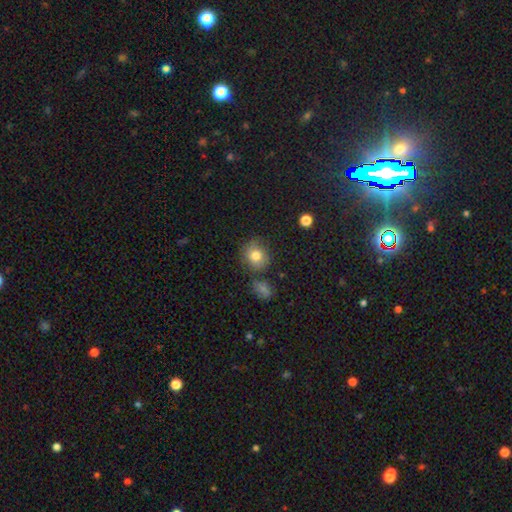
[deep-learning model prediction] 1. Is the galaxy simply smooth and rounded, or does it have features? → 78% smooth, 11% featured or disk, 10% star or artifact.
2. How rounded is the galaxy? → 76% round, 23% in between, 1% cigar-shaped.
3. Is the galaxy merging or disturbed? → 69% none, 18% minor disturbance, 7% merger, 6% major disturbance.